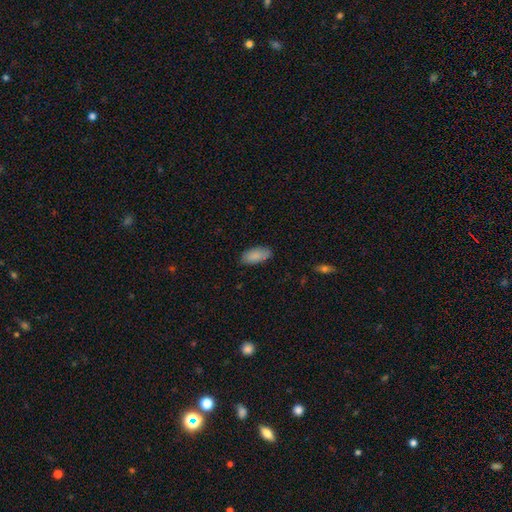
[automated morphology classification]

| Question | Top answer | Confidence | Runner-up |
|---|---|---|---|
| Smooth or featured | smooth | 87% | star or artifact (7%) |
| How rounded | in between | 91% | cigar-shaped (7%) |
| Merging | none | 78% | minor disturbance (17%) |